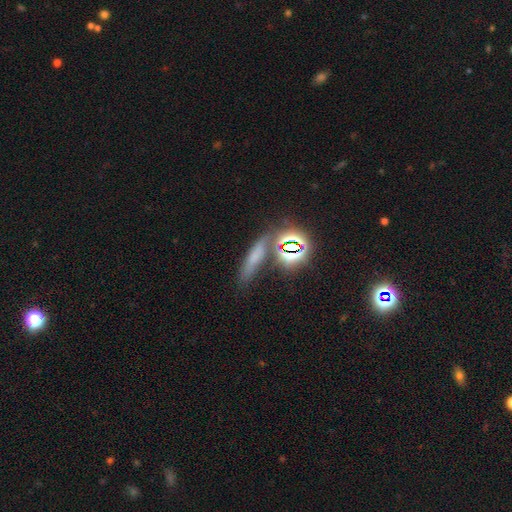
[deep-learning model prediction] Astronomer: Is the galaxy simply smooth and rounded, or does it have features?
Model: smooth — 52% (runner-up: star or artifact, 30%).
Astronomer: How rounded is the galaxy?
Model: cigar-shaped — 62%.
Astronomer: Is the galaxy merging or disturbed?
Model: none — 64%.